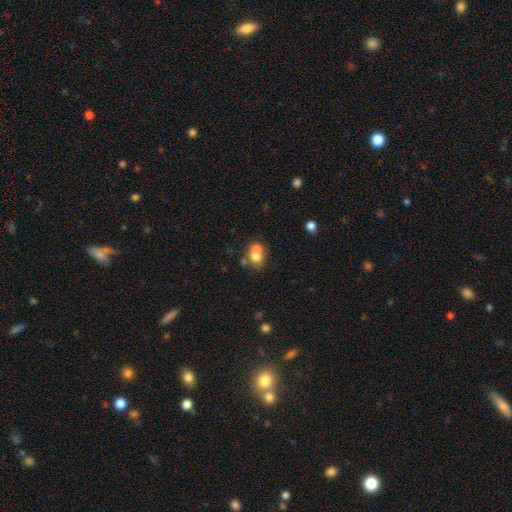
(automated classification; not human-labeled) This is likely a smooth galaxy (70%). How rounded: possibly round (57%). Merging: possibly merger (51%).